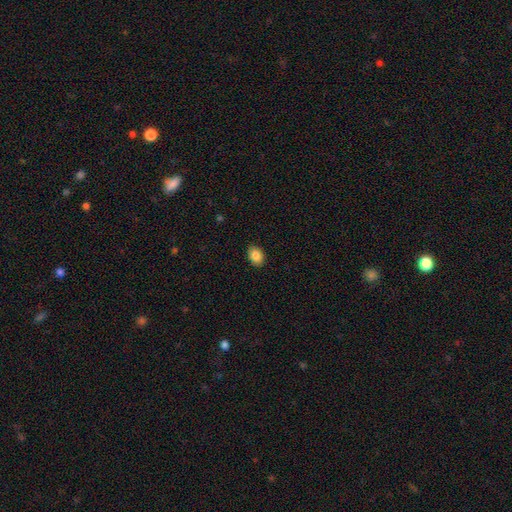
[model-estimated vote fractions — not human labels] Smooth or featured? smooth (87%)
How rounded? in between (75%)
Merging? none (90%)